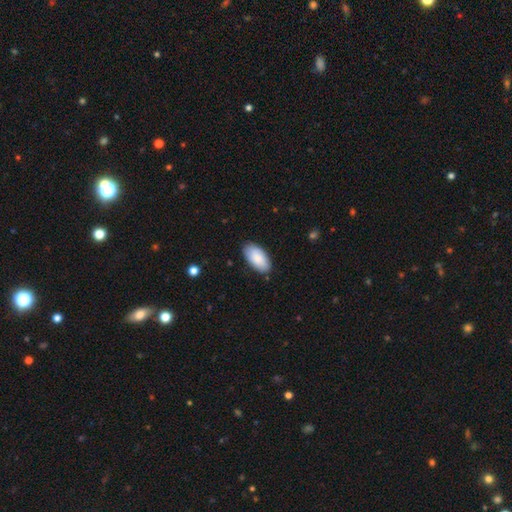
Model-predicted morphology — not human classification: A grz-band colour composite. It shows a smooth galaxy with no disk features (87%) that is in between round and cigar-shaped (95%). Merging: none (85%).